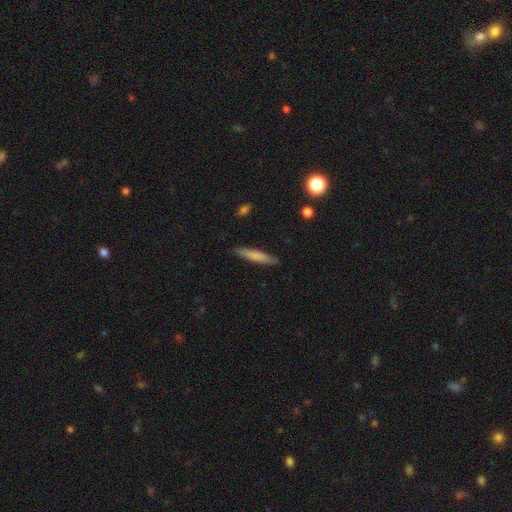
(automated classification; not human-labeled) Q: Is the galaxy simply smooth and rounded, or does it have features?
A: smooth — 75%.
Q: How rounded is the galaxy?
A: cigar-shaped — 91%.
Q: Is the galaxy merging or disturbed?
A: none — 88%.